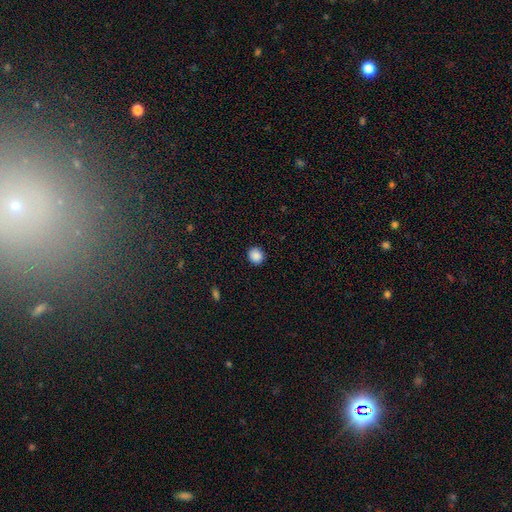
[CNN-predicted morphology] Smooth or featured? Predicted: smooth (p=0.88). How rounded? Predicted: round (p=0.82). Merging? Predicted: none (p=0.91).